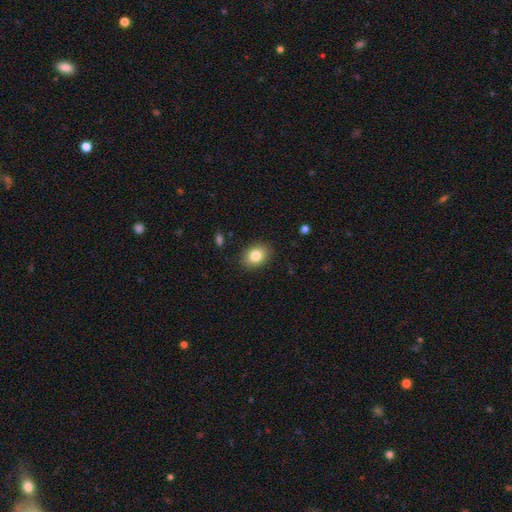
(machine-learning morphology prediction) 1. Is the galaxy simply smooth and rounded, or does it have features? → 84% smooth, 8% star or artifact, 8% featured or disk.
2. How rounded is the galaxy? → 64% in between, 35% round, 1% cigar-shaped.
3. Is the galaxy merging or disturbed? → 88% none, 9% minor disturbance, 2% major disturbance, 1% merger.